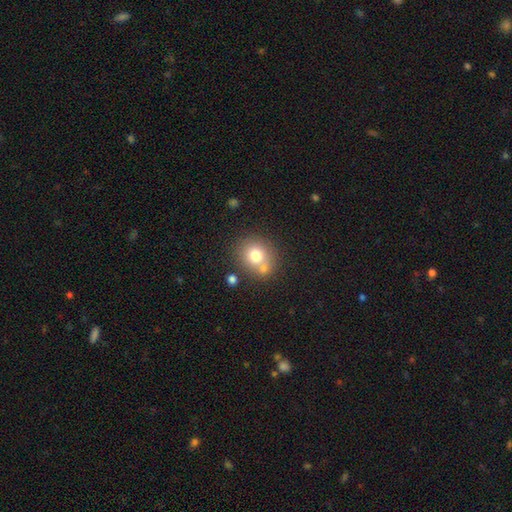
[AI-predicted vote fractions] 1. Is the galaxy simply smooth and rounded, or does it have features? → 74% smooth, 14% featured or disk, 11% star or artifact.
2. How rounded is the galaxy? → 81% round, 18% in between, 1% cigar-shaped.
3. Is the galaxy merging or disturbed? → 61% none, 25% merger, 11% minor disturbance, 4% major disturbance.